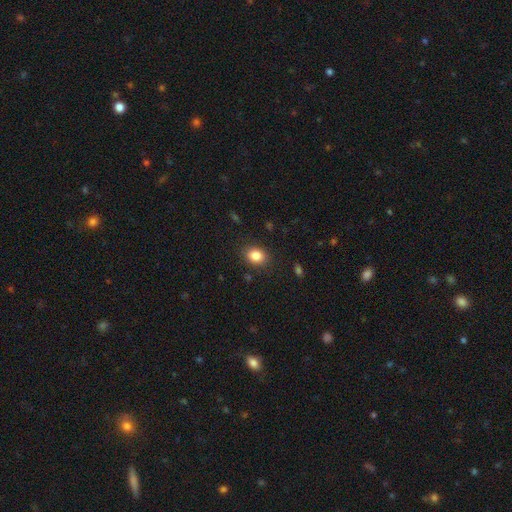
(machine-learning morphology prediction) Q: Smooth or featured?
A: smooth (85%); runner-up: star or artifact (9%)
Q: How rounded?
A: in between (59%); runner-up: round (40%)
Q: Merging?
A: none (86%); runner-up: minor disturbance (10%)